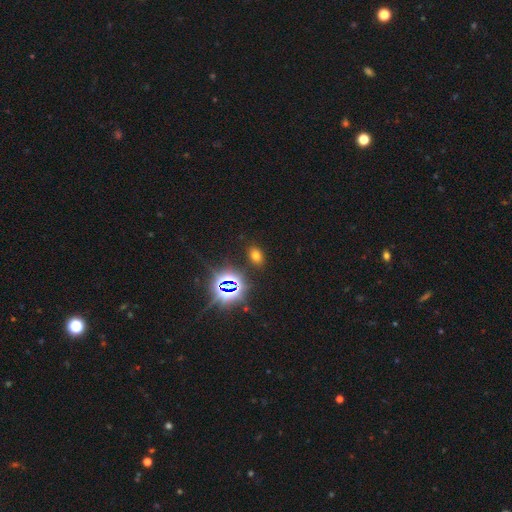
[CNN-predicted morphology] A smooth galaxy with no disk features (58%) that is in between round and cigar-shaped (78%). Merging: none (86%).